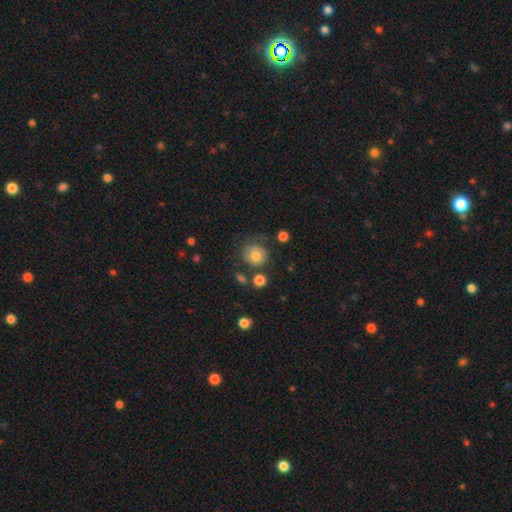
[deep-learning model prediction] Overall: smooth (72%). How rounded: round (80%). Merging: none (60%; minor disturbance 22%).